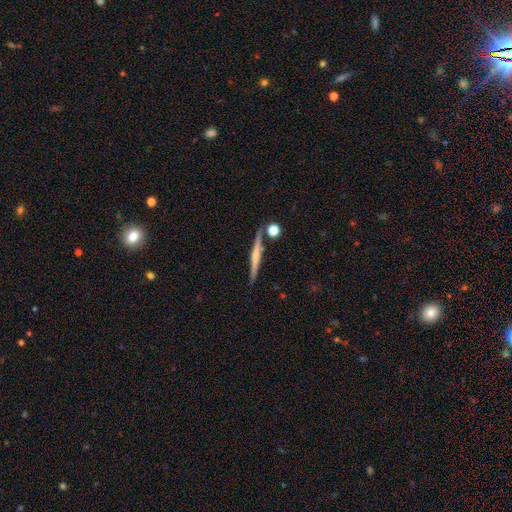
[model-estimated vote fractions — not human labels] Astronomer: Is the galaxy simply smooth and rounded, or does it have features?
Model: featured or disk — 61%.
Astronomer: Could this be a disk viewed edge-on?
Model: yes — 97%.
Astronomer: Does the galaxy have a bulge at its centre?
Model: rounded — 54% (runner-up: none, 32%).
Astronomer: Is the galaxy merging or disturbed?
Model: none — 82%.